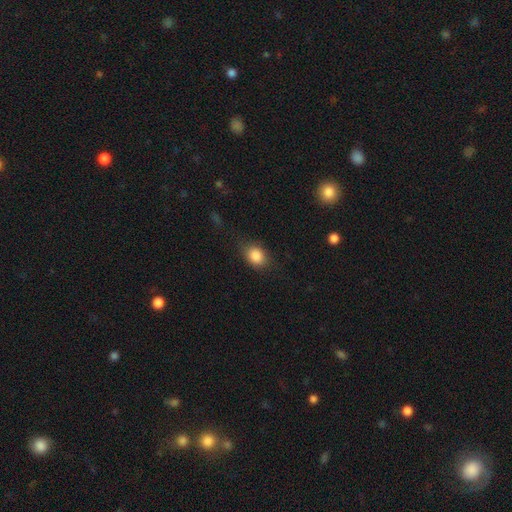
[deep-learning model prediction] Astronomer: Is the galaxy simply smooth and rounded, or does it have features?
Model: smooth — 86%.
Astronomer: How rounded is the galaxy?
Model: in between — 58% (runner-up: round, 41%).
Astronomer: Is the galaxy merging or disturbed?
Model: none — 72%.